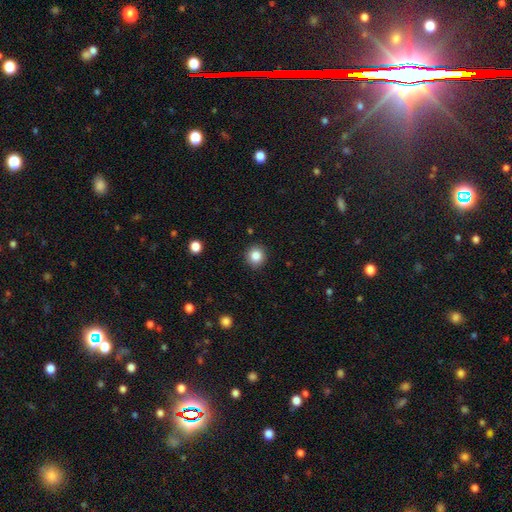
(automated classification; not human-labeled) Smooth or featured? Predicted: smooth (p=0.85). How rounded? Predicted: round (p=0.90). Merging? Predicted: none (p=0.91).